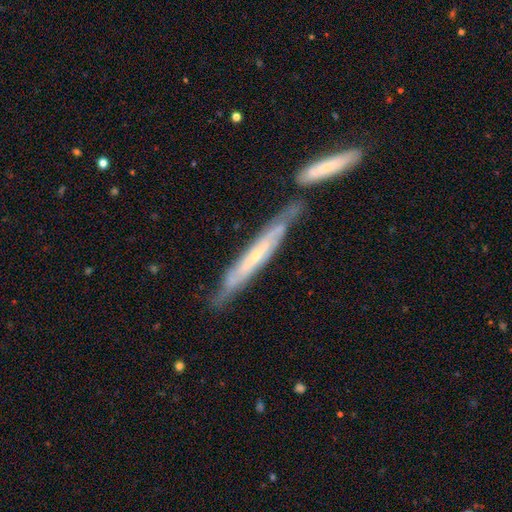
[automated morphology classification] Q: Smooth or featured?
A: featured or disk (69%); runner-up: smooth (25%)
Q: Edge-on disk?
A: yes (70%); runner-up: no (30%)
Q: Merging?
A: none (61%); runner-up: merger (19%)